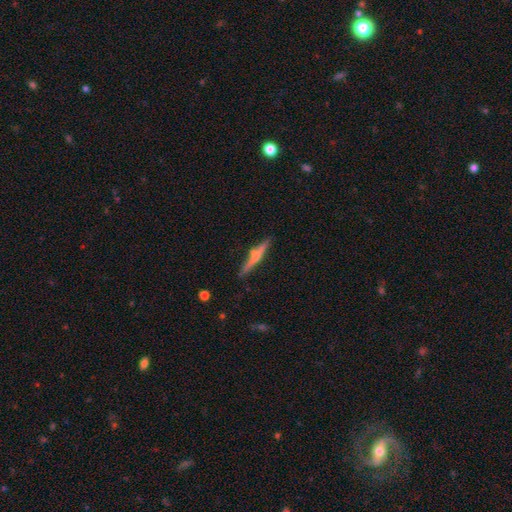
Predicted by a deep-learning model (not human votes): A featured or disk galaxy (56%) viewed edge-on (96%) with a rounded central bulge (69%).

Vote fractions:
- Smooth or featured? featured or disk: 56% / smooth: 37% / star or artifact: 7%
- Edge-on disk? yes: 96% / no: 4%
- Edge-on bulge? rounded: 69% / none: 22% / boxy: 8%
- Merging? none: 81% / minor disturbance: 12% / merger: 4% / major disturbance: 3%